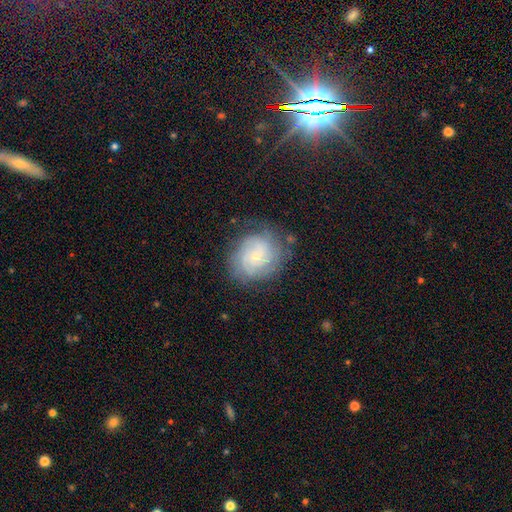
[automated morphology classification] featured or disk 72%, smooth 19%, star or artifact 9%. Down the decision tree: edge-on disk — no (98%); bar — no (72%); spiral arms — yes (93%); spiral arm count — can't tell (37%); spiral winding — tight (68%); bulge size — small (79%); merging — none (75%).